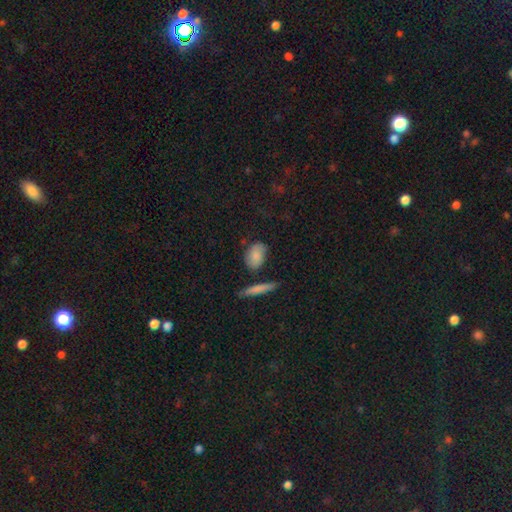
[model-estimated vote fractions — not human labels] Q: Smooth or featured?
A: smooth (76%); runner-up: featured or disk (16%)
Q: How rounded?
A: in between (79%); runner-up: round (15%)
Q: Merging?
A: none (69%); runner-up: minor disturbance (19%)